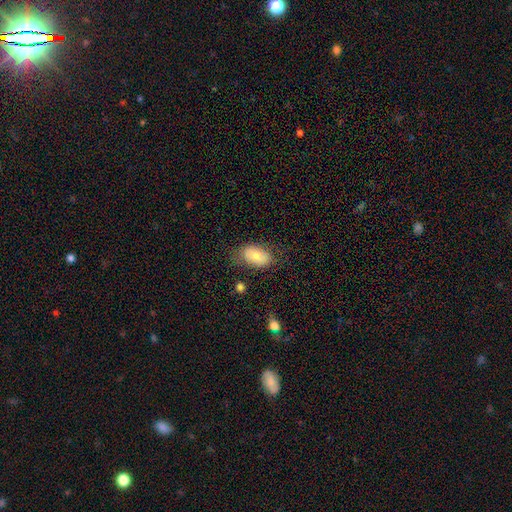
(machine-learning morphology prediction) Smooth or featured? Predicted: smooth (p=0.74). How rounded? Predicted: in between (p=0.90). Merging? Predicted: none (p=0.71).